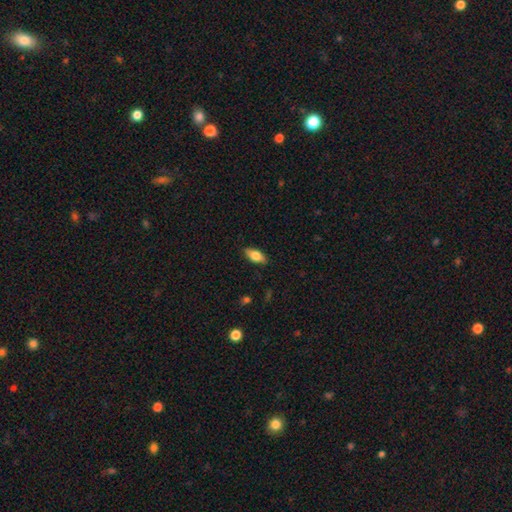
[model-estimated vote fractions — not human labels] Morphology: type=smooth (70%); roundness=in between (83%); merging=none (85%).